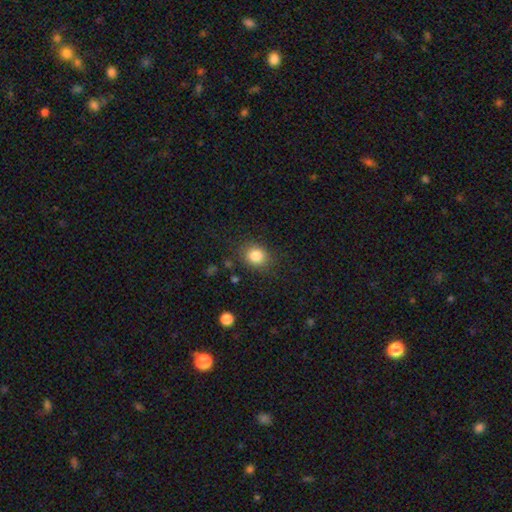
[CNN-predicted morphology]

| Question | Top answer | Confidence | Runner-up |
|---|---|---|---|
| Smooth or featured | smooth | 84% | star or artifact (10%) |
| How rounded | round | 64% | in between (35%) |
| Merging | none | 84% | minor disturbance (11%) |